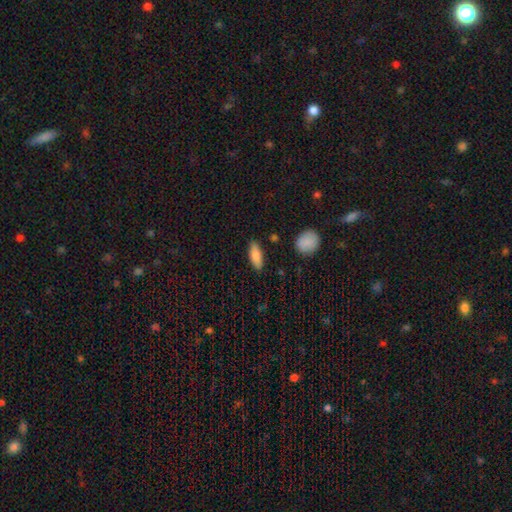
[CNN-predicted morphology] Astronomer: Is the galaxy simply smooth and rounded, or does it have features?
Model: smooth — 84%.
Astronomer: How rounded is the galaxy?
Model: in between — 70%.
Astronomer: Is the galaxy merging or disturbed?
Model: none — 86%.